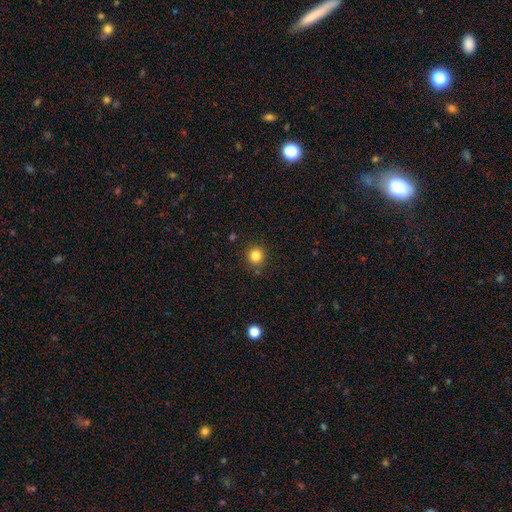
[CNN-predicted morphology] A smooth galaxy with no disk features (83%) that is round (93%).

Vote fractions:
- Smooth or featured? smooth: 83% / star or artifact: 12% / featured or disk: 5%
- How rounded? round: 93% / in between: 6% / cigar-shaped: 1%
- Merging? none: 89% / minor disturbance: 7% / major disturbance: 2% / merger: 2%